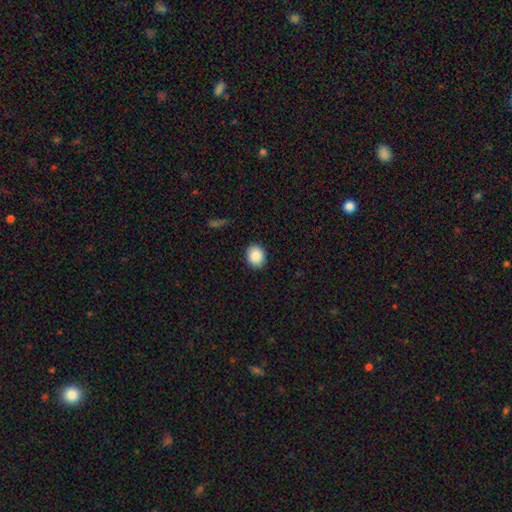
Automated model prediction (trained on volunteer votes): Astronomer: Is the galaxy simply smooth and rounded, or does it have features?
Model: smooth — 89%.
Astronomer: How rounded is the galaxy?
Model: round — 65%.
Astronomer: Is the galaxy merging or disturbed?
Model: none — 89%.